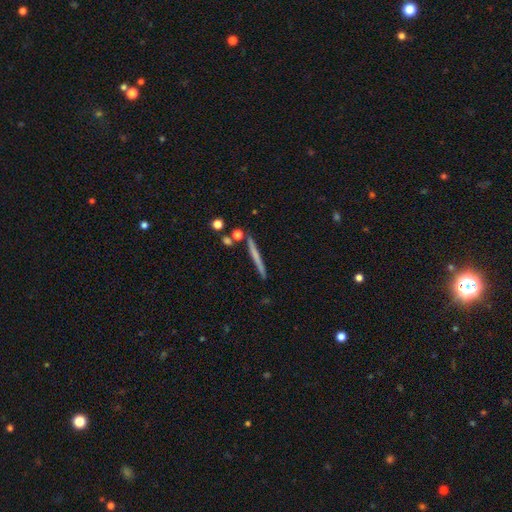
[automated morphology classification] smooth-or-featured: smooth: 50% | featured or disk: 43% | star or artifact: 7%
  how-rounded: cigar-shaped: 95% | round: 3% | in between: 2%
  merging: none: 86% | minor disturbance: 8% | merger: 4% | major disturbance: 2%